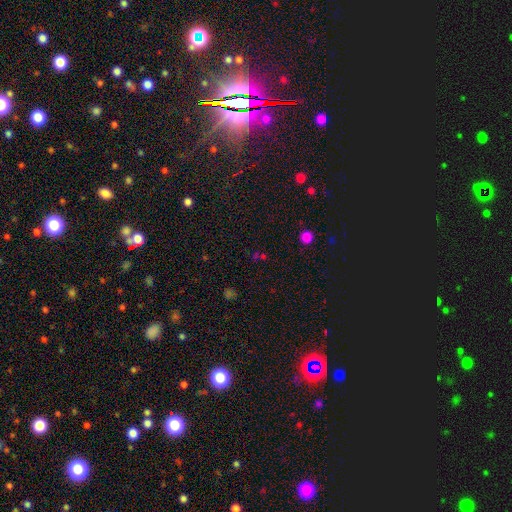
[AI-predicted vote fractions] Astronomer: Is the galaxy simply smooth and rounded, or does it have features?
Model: star or artifact — 57% (runner-up: smooth, 35%).